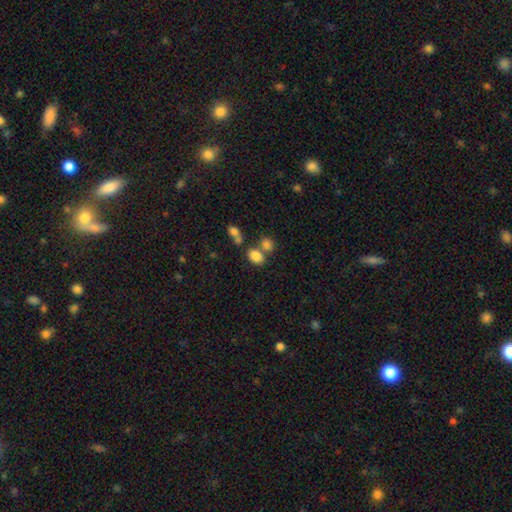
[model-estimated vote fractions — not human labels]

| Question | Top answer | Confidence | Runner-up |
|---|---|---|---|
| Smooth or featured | smooth | 81% | star or artifact (11%) |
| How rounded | in between | 77% | round (21%) |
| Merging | none | 51% | merger (33%) |